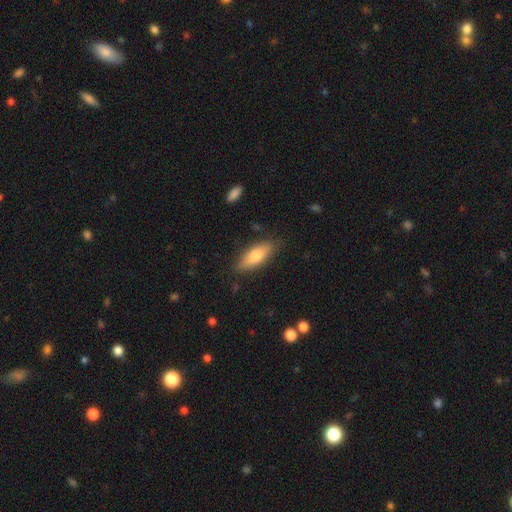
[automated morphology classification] The model was most divided on "how rounded": in between: 68%, cigar-shaped: 30%, round: 2%. More confident: merging — none (83%); smooth or featured — smooth (73%).